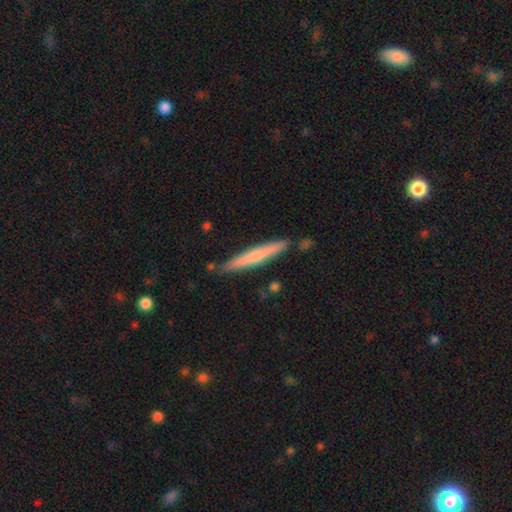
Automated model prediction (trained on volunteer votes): Smooth or featured? smooth (52%)
How rounded? cigar-shaped (96%)
Merging? none (85%)